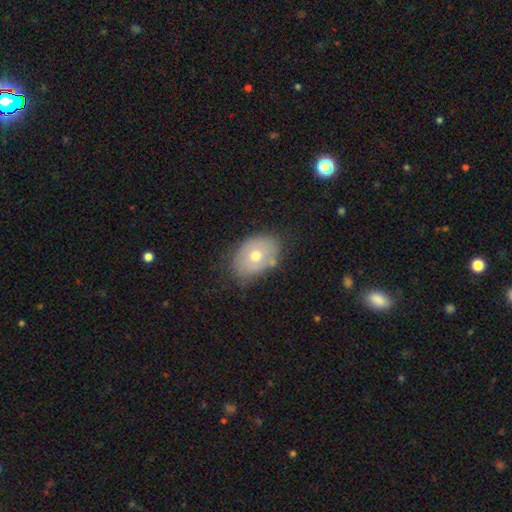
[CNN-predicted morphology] Overall: smooth (62%; featured or disk 31%). How rounded: in between (79%). Merging: none (66%).